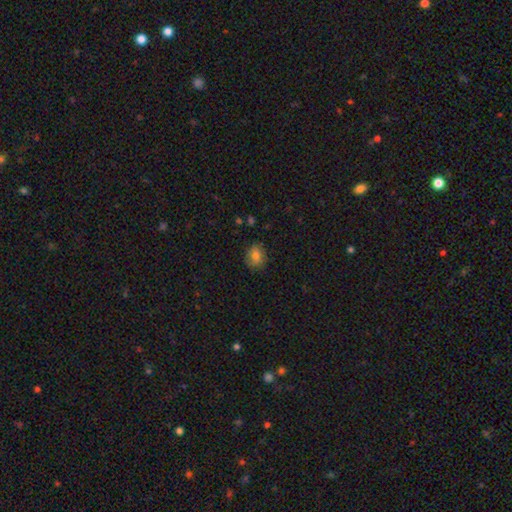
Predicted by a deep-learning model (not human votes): The model was most divided on "how rounded": round: 58%, in between: 41%, cigar-shaped: 1%. More confident: merging — none (83%); smooth or featured — smooth (81%).